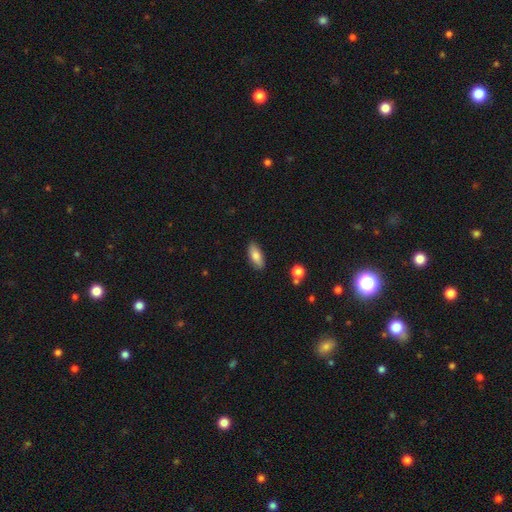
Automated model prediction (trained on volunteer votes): Smooth or featured? Predicted: smooth (p=0.78). How rounded? Predicted: in between (p=0.77). Merging? Predicted: none (p=0.87).